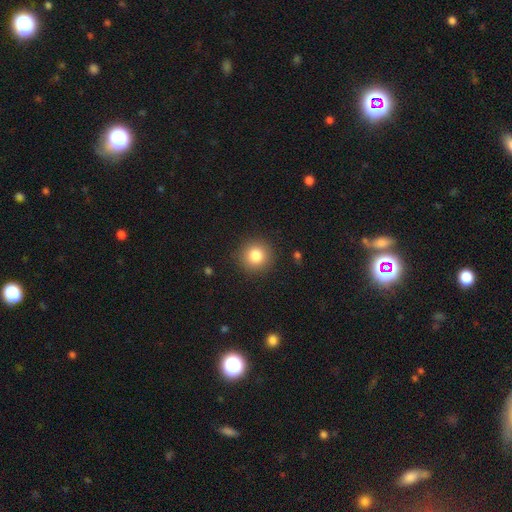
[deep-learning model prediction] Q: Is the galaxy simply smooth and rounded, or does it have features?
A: smooth — 82%.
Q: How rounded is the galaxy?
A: round — 93%.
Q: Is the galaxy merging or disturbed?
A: none — 90%.